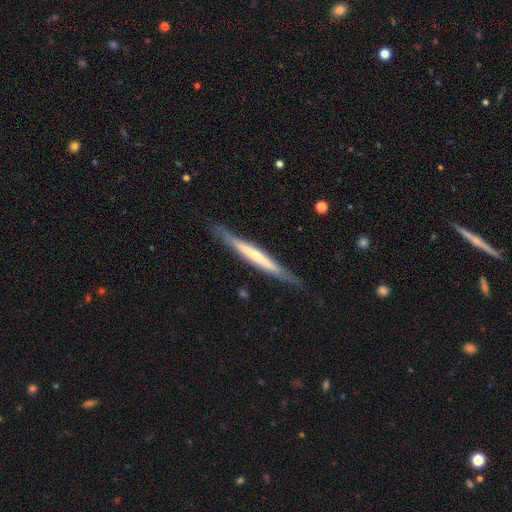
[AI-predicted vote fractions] Smooth or featured: featured or disk — 56% (smooth — 39%)
Edge-on disk: yes — 95% (no — 5%)
Edge-on bulge: none — 65% (rounded — 22%)
Merging: none — 83% (minor disturbance — 13%)